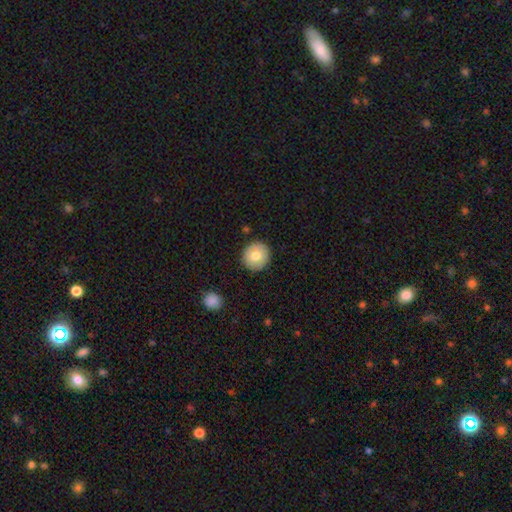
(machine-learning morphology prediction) Smooth or featured: smooth — 76% (featured or disk — 17%)
How rounded: round — 93% (in between — 6%)
Merging: none — 90% (minor disturbance — 7%)